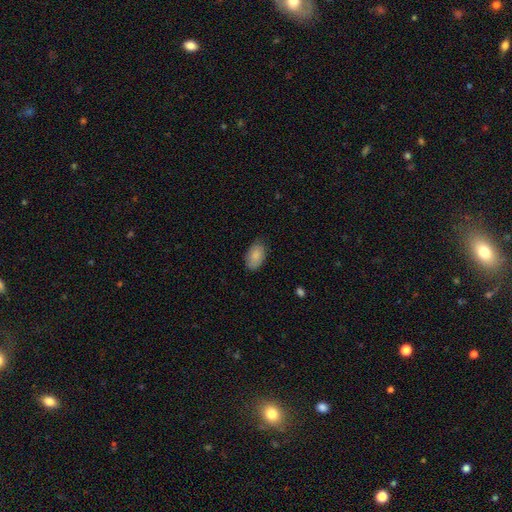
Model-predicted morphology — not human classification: Overall: smooth (88%). How rounded: in between (93%). Merging: none (79%).